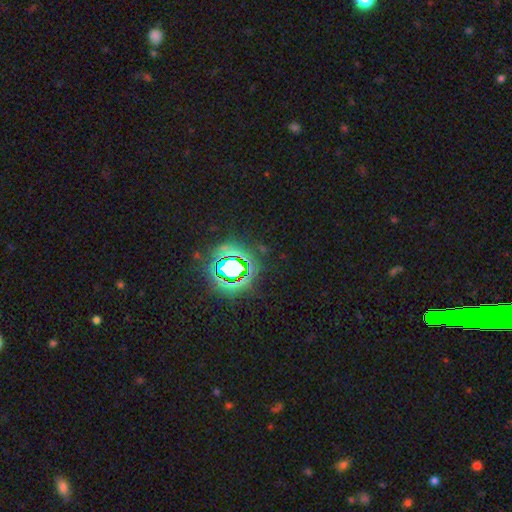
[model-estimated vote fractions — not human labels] This is clearly a star or artifact rather than a galaxy (81%).